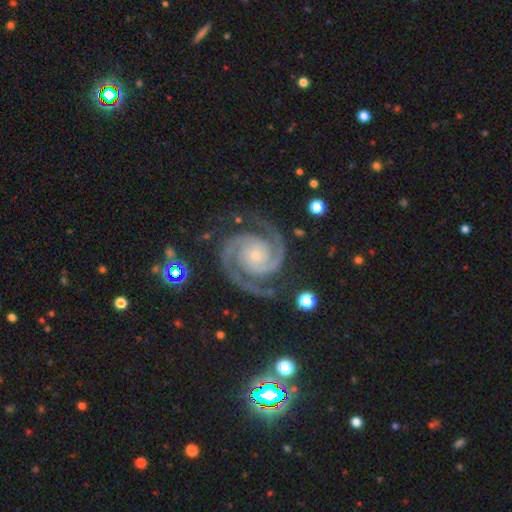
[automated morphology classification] Smooth or featured? Predicted: featured or disk (p=0.94). Edge-on disk? Predicted: no (p=0.98). Bar? Predicted: no (p=0.77). Spiral arms? Predicted: yes (p=0.99). Spiral winding? Predicted: tight (p=0.62). Spiral arm count? Predicted: 2 (p=0.93). Bulge size? Predicted: small (p=0.79). Merging? Predicted: none (p=0.83).